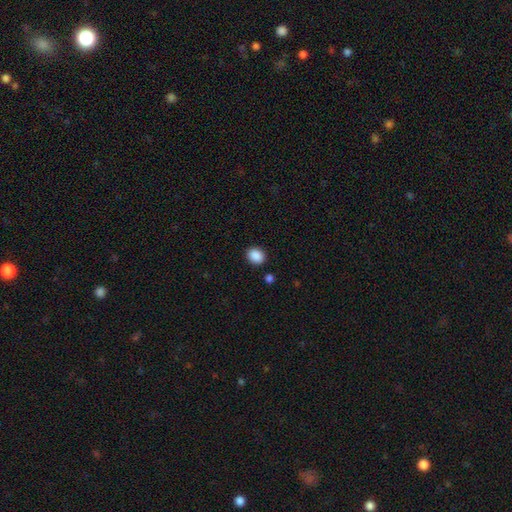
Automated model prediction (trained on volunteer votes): smooth 89%, star or artifact 8%, featured or disk 3%. Down the decision tree: how rounded — round (53%); merging — none (88%).